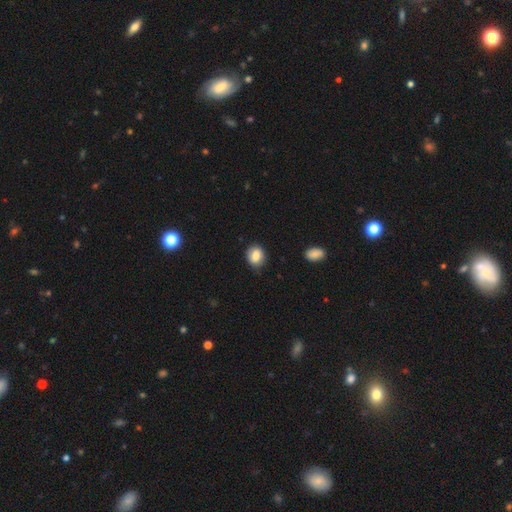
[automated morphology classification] Smooth or featured? Predicted: smooth (p=0.81). How rounded? Predicted: round (p=0.55). Merging? Predicted: none (p=0.77).